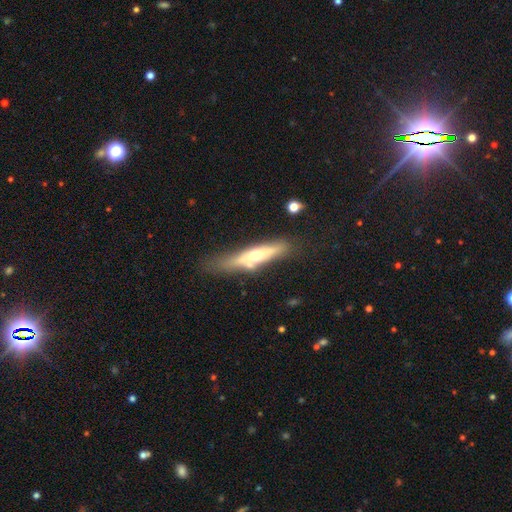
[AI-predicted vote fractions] A featured or disk galaxy (56%) viewed edge-on (75%). Merging: none (55%).